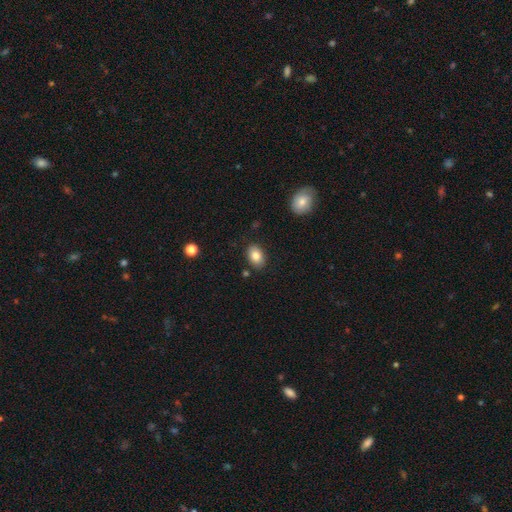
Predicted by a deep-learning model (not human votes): A smooth galaxy with no disk features (84%) that is in between round and cigar-shaped (84%).

Vote fractions:
- Smooth or featured? smooth: 84% / featured or disk: 8% / star or artifact: 8%
- How rounded? in between: 84% / round: 14% / cigar-shaped: 1%
- Merging? none: 85% / minor disturbance: 10% / major disturbance: 2% / merger: 2%